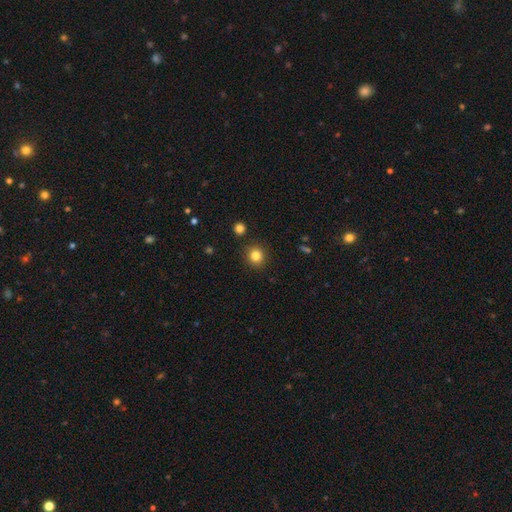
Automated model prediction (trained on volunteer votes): Q: Smooth or featured?
A: smooth (82%); runner-up: star or artifact (12%)
Q: How rounded?
A: round (88%); runner-up: in between (11%)
Q: Merging?
A: none (90%); runner-up: minor disturbance (6%)